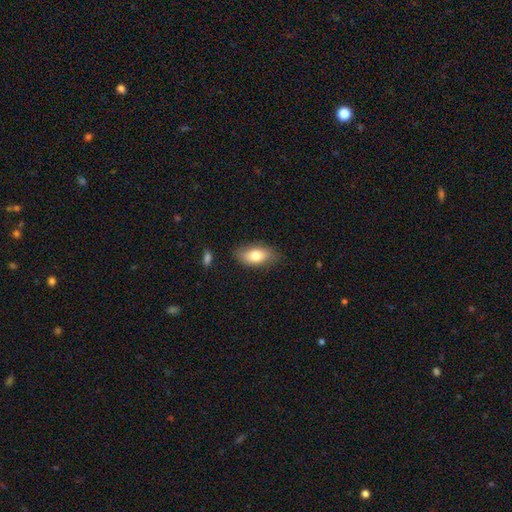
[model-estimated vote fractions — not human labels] Smooth or featured: smooth — 77% (featured or disk — 16%)
How rounded: in between — 89% (cigar-shaped — 6%)
Merging: none — 81% (minor disturbance — 14%)